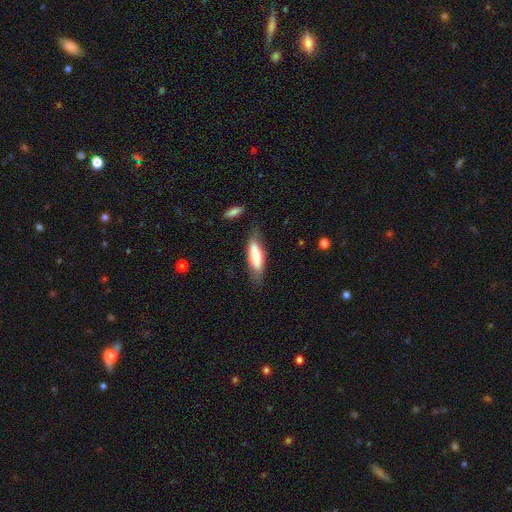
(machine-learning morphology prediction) Smooth or featured?
  - smooth: 62% *
  - featured or disk: 32%
  - star or artifact: 6%
How rounded?
  - in between: 55% *
  - cigar-shaped: 43%
  - round: 2%
Merging?
  - none: 71% *
  - minor disturbance: 20%
  - major disturbance: 6%
  - merger: 3%